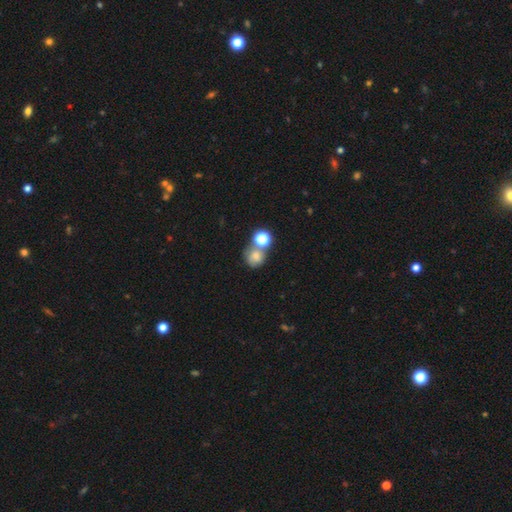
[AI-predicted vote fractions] Overall: smooth (67%). How rounded: round (80%). Merging: none (45%; merger 38%).